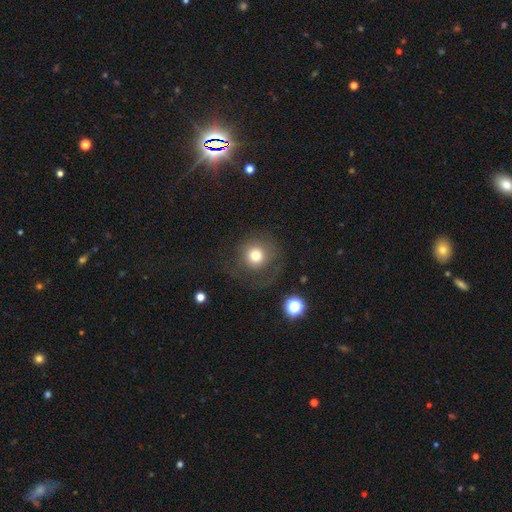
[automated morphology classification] smooth 71%, featured or disk 16%, star or artifact 13%. Down the decision tree: how rounded — round (93%); merging — none (64%).